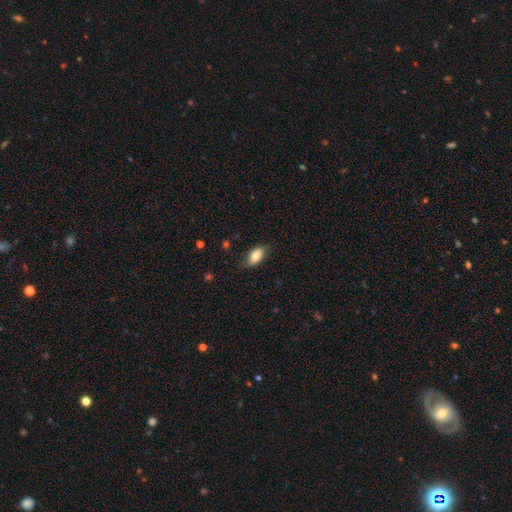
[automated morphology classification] This appears to be a smooth galaxy with no disk features (80%) that is in between round and cigar-shaped (90%). Merging: none (75%).